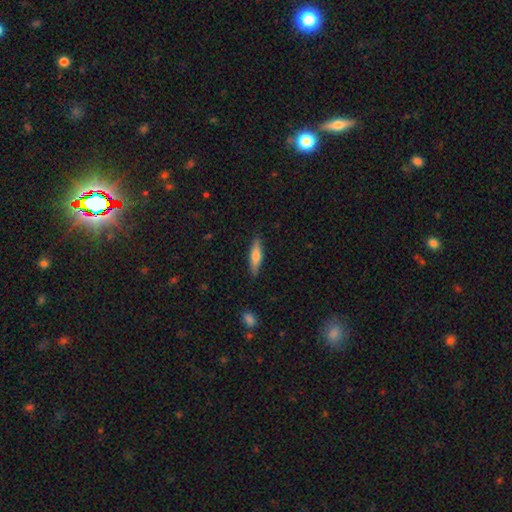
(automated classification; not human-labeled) Smooth or featured: smooth — 65% (featured or disk — 29%)
How rounded: cigar-shaped — 72% (in between — 26%)
Merging: none — 87% (minor disturbance — 10%)